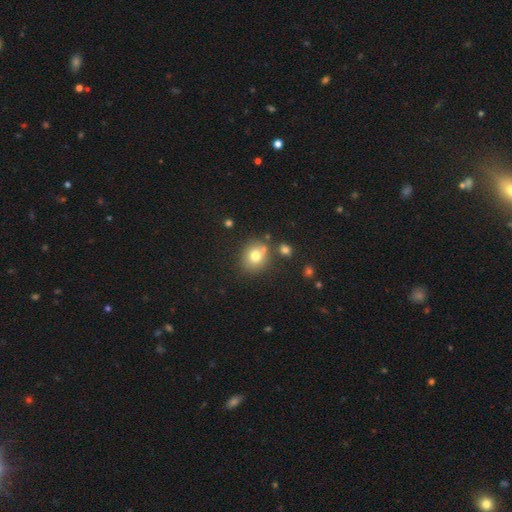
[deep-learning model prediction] The model was most divided on "how rounded": round: 71%, in between: 28%, cigar-shaped: 1%. More confident: smooth or featured — smooth (75%); merging — none (67%).